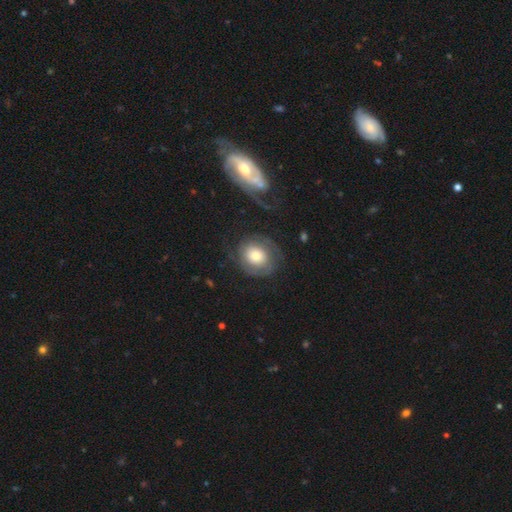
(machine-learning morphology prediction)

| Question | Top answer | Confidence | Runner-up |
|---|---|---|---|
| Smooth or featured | featured or disk | 58% | smooth (34%) |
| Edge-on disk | no | 97% | yes (3%) |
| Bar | no | 80% | weak (16%) |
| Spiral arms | yes | 85% | no (15%) |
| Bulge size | moderate | 47% | large (28%) |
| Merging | none | 66% | minor disturbance (17%) |